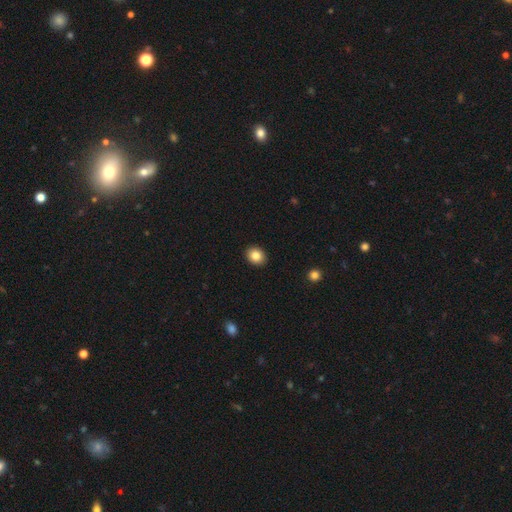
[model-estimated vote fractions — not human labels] smooth 85%, star or artifact 9%, featured or disk 6%. Down the decision tree: how rounded — round (56%); merging — none (92%).